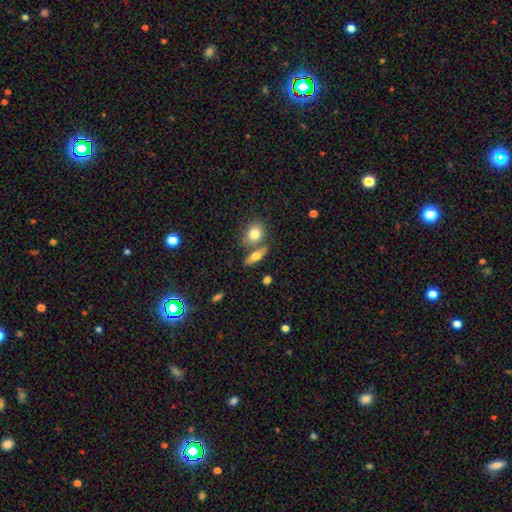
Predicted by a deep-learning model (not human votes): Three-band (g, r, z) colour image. It shows a smooth galaxy with no disk features (60%) that is in between round and cigar-shaped (61%). Merging: none (62%).